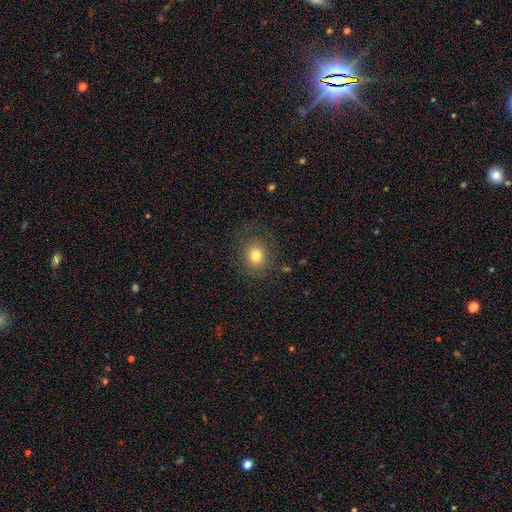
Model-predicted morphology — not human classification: A smooth galaxy with no disk features (74%) that is round (76%). Merging: none (78%).